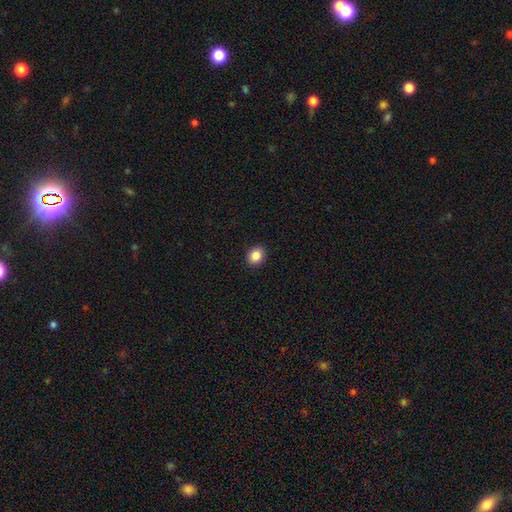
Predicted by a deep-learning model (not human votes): Q: Smooth or featured?
A: smooth (86%); runner-up: star or artifact (9%)
Q: How rounded?
A: round (56%); runner-up: in between (43%)
Q: Merging?
A: none (91%); runner-up: minor disturbance (6%)